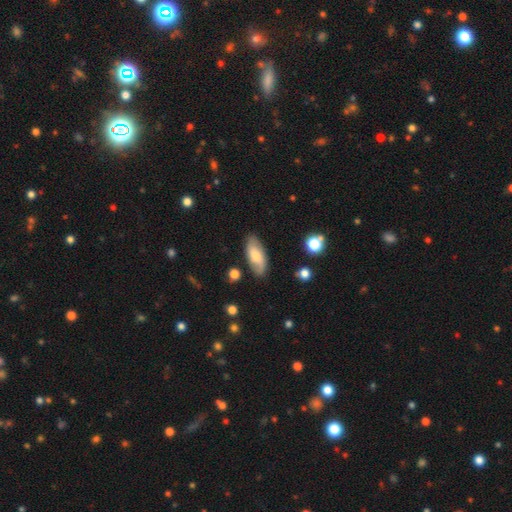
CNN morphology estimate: This appears to be a smooth galaxy with no disk features (58%) that is in between round and cigar-shaped (84%). Merging: none (79%).